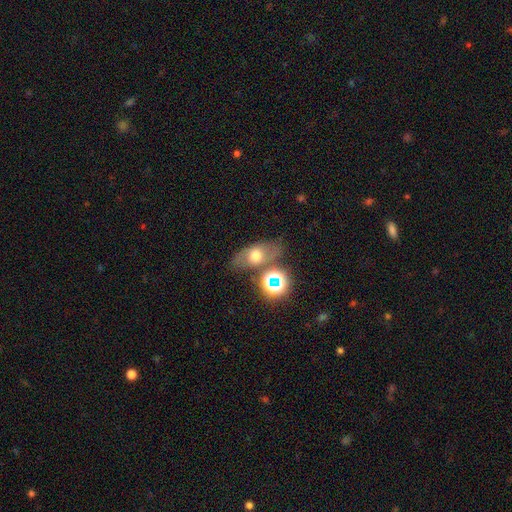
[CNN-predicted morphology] The model was most divided on "smooth or featured": smooth: 49%, featured or disk: 32%, star or artifact: 18%. More confident: merging — none (67%).